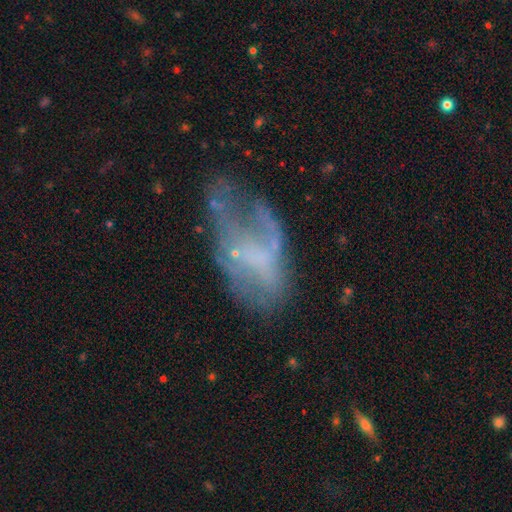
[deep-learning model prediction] Smooth or featured? Predicted: featured or disk (p=0.62). Edge-on disk? Predicted: no (p=0.95). Bar? Predicted: no (p=0.76). Spiral arms? Predicted: no (p=0.62). Bulge size? Predicted: none (p=0.58). Merging? Predicted: none (p=0.35, tied with major disturbance).